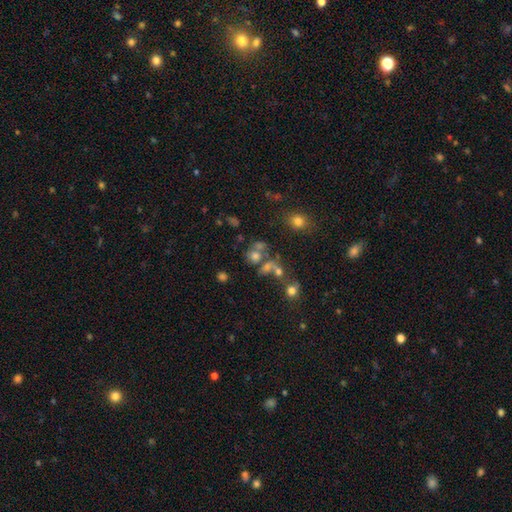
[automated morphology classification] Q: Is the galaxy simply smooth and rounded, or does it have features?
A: smooth — 50%.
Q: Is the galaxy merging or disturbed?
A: none — 39%.